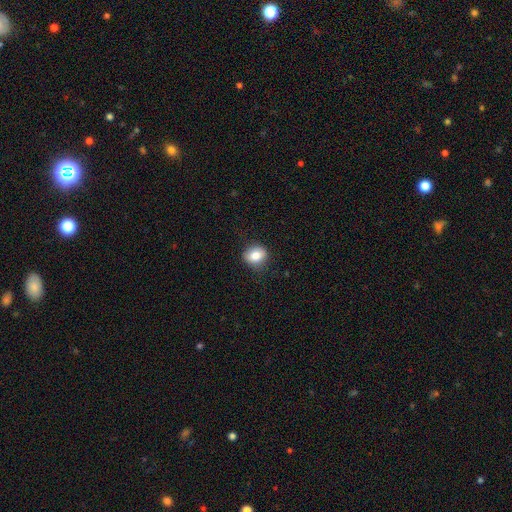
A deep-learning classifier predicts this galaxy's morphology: type=smooth (81%); roundness=round (60%); merging=none (82%).